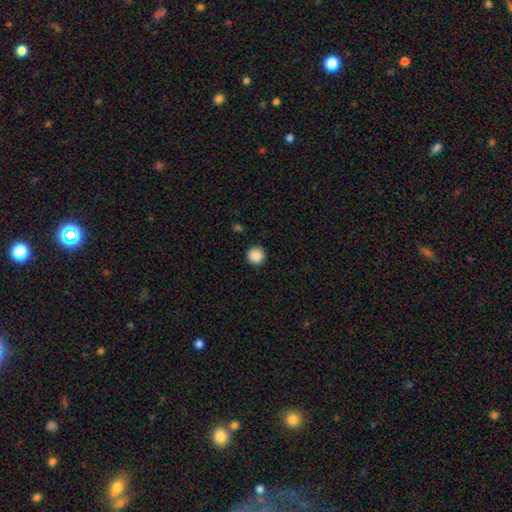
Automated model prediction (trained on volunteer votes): Smooth or featured? smooth (89%)
How rounded? round (96%)
Merging? none (92%)